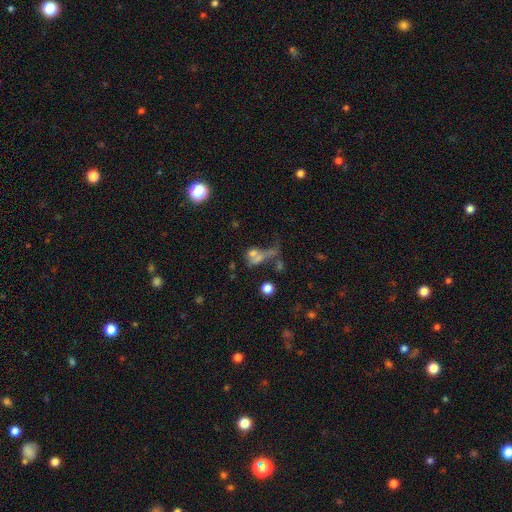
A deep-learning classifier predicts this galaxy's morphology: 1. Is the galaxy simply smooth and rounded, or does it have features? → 51% smooth, 29% featured or disk, 20% star or artifact.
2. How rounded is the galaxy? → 51% in between, 43% round, 6% cigar-shaped.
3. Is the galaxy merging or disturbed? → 43% merger, 27% major disturbance, 20% none, 10% minor disturbance.